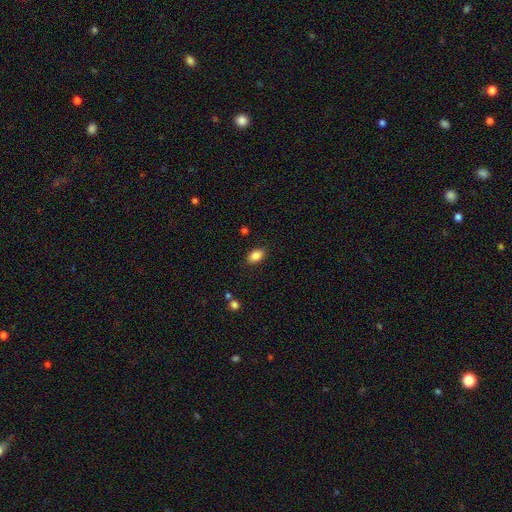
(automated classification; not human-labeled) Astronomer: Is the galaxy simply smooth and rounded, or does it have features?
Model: smooth — 86%.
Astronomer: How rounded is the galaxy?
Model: in between — 89%.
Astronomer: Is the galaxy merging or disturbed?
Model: none — 86%.